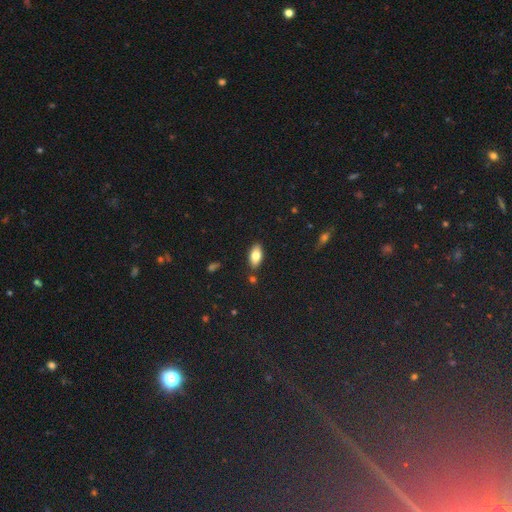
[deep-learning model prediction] smooth-or-featured: smooth: 76% | featured or disk: 16% | star or artifact: 8%
  how-rounded: in between: 88% | cigar-shaped: 9% | round: 3%
  merging: none: 85% | minor disturbance: 10% | merger: 3% | major disturbance: 2%